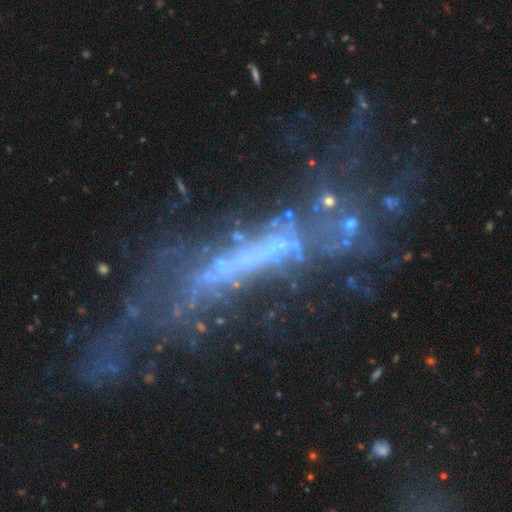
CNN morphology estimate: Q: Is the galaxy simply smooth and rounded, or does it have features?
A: featured or disk — 65%.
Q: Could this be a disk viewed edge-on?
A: no — 58%.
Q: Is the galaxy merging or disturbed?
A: major disturbance — 38%.